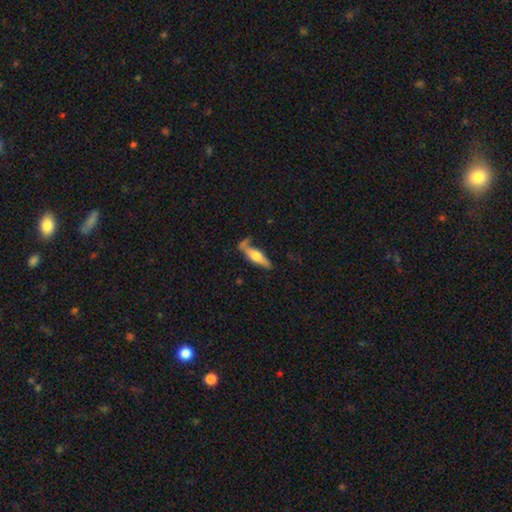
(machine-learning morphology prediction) This is possibly a smooth galaxy (47%, tied with featured or disk). Merging: likely none (61%).